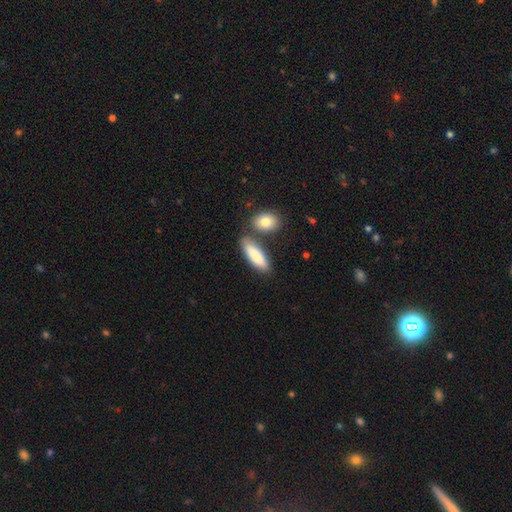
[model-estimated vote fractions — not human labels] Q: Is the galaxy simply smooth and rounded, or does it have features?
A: smooth — 84%.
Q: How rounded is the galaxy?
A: in between — 56%.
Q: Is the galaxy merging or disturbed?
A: none — 66%.